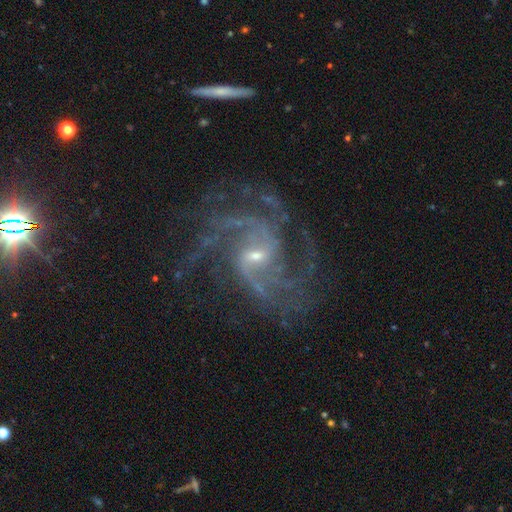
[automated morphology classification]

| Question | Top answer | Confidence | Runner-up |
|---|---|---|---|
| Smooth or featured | featured or disk | 90% | star or artifact (8%) |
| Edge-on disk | no | 98% | yes (2%) |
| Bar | weak | 48% | no (34%) |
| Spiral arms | yes | 98% | no (2%) |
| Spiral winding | medium | 54% | tight (28%) |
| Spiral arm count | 2 | 27% | 3 (24%) |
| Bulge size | small | 69% | moderate (26%) |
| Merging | none | 69% | minor disturbance (16%) |